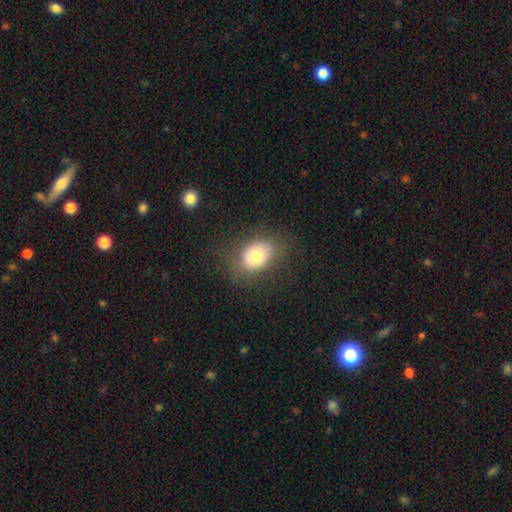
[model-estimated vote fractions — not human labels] Smooth or featured: smooth — 75% (featured or disk — 16%)
How rounded: in between — 71% (round — 27%)
Merging: none — 74% (minor disturbance — 16%)